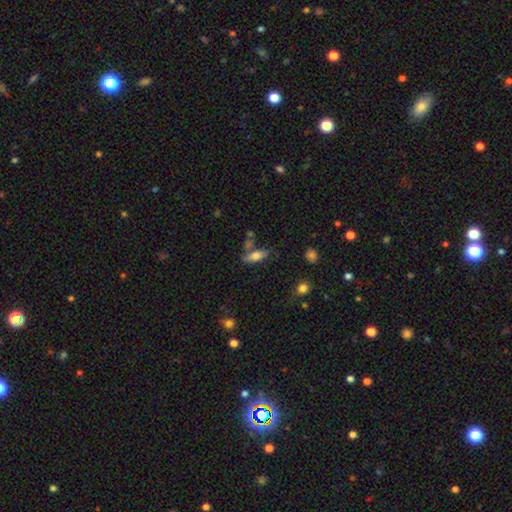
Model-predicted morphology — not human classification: smooth_or_featured: smooth (p=0.70) [alt: featured or disk p=0.22]
how_rounded: in between (p=0.64) [alt: cigar-shaped p=0.33]
merging: none (p=0.65) [alt: minor disturbance p=0.17]